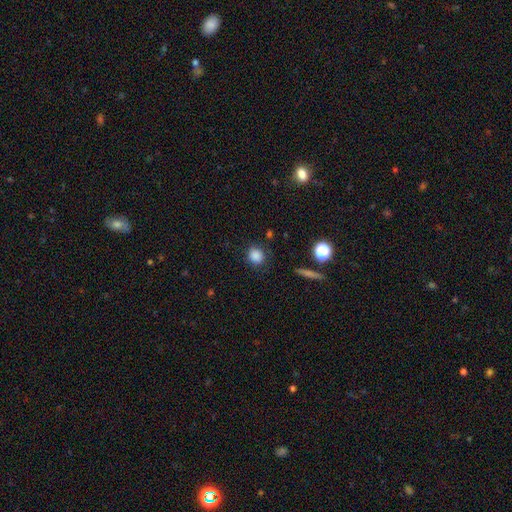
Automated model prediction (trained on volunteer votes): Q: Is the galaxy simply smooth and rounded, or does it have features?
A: smooth — 85%.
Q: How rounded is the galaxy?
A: round — 81%.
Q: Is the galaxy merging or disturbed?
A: none — 82%.